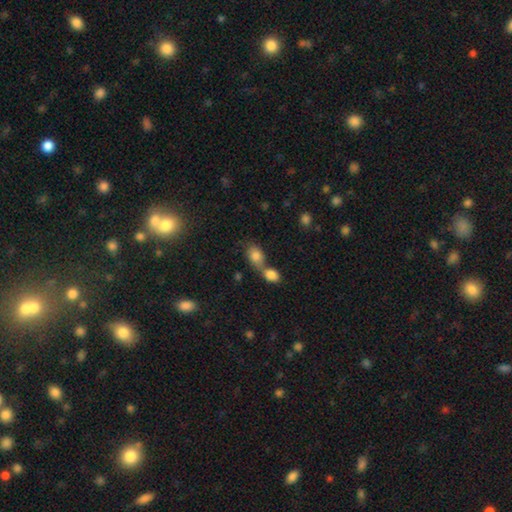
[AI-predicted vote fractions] Overall: smooth (82%). How rounded: in between (74%). Merging: merger (61%; none 27%).